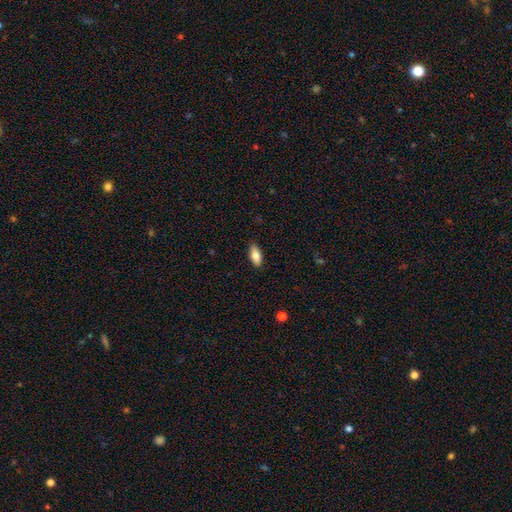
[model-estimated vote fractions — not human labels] smooth_or_featured: smooth (p=0.82) [alt: featured or disk p=0.12]
how_rounded: in between (p=0.86) [alt: cigar-shaped p=0.11]
merging: none (p=0.87) [alt: minor disturbance p=0.10]